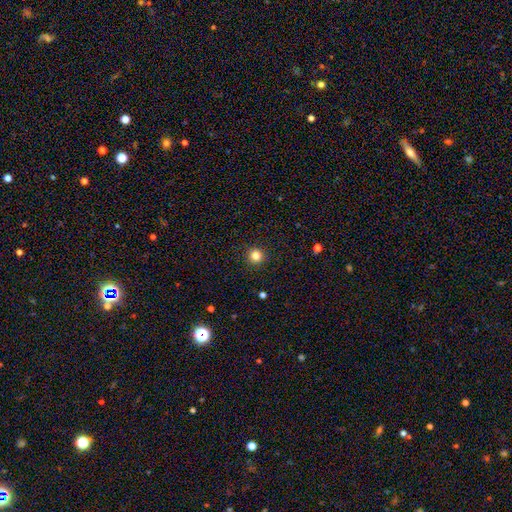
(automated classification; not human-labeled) The model was most divided on "smooth or featured": smooth: 83%, star or artifact: 13%, featured or disk: 4%. More confident: how rounded — round (95%); merging — none (92%).